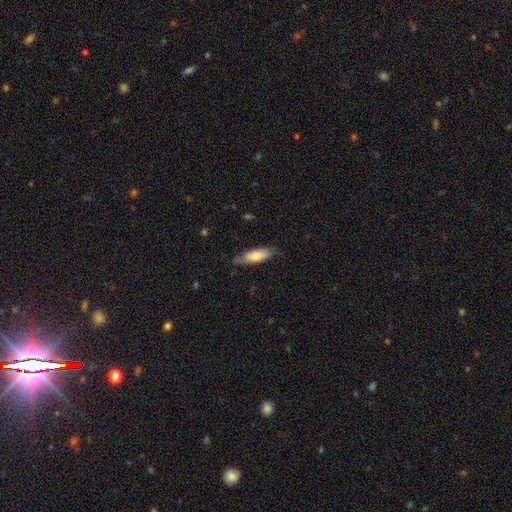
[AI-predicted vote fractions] This is likely a smooth galaxy (68%). How rounded: likely in between (62%). Merging: likely none (73%).